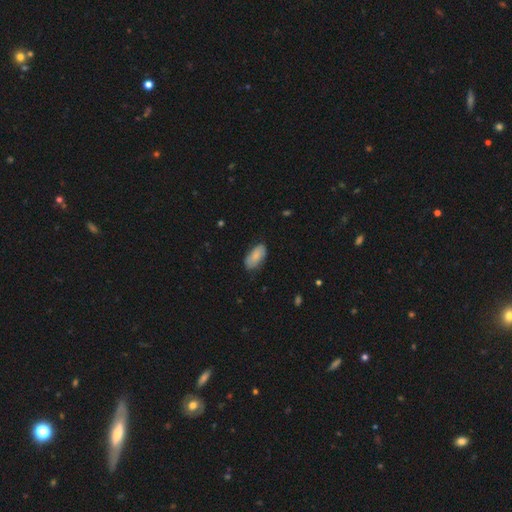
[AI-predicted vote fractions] This appears to be a smooth galaxy with no disk features (79%) that is in between round and cigar-shaped (93%). Merging: none (74%).